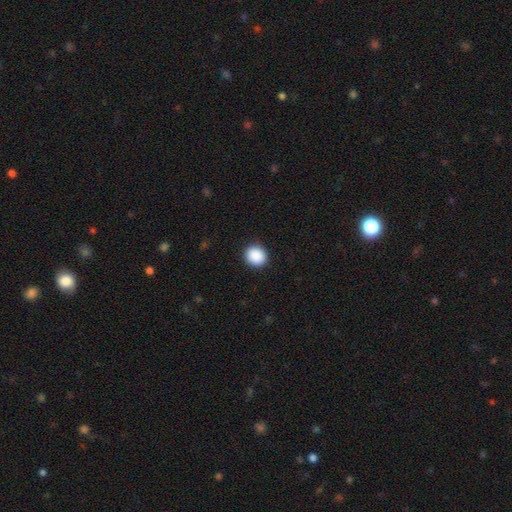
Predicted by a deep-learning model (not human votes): This is clearly a smooth galaxy (90%). How rounded: clearly round (82%). Merging: clearly none (91%).